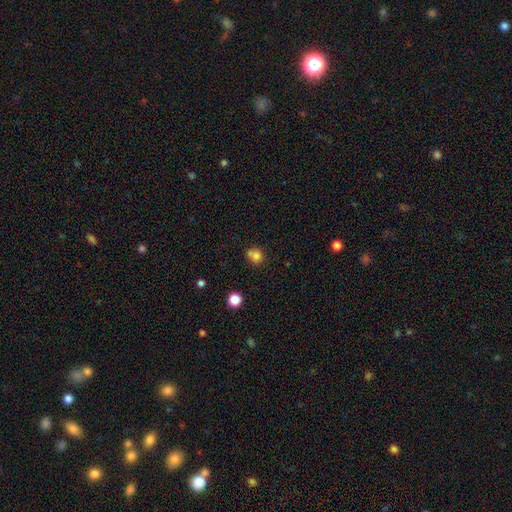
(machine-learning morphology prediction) smooth 77%, star or artifact 13%, featured or disk 10%. Down the decision tree: how rounded — round (79%); merging — none (51%).